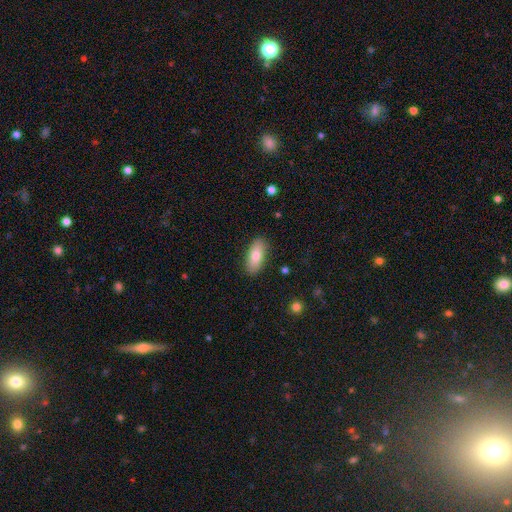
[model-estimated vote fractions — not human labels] smooth_or_featured: smooth (p=0.79) [alt: featured or disk p=0.14]
how_rounded: in between (p=0.84) [alt: cigar-shaped p=0.14]
merging: none (p=0.88) [alt: minor disturbance p=0.09]